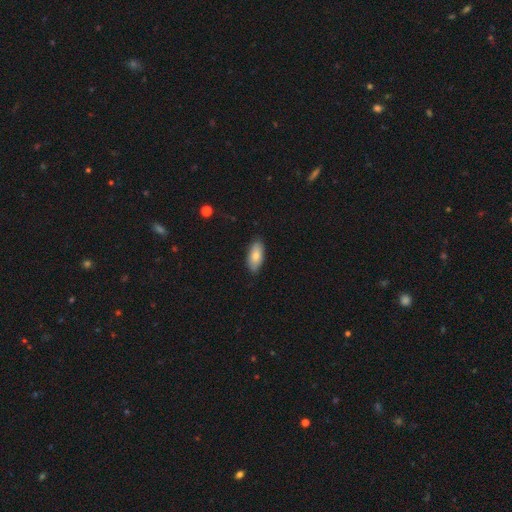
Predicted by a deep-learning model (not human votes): smooth 80%, featured or disk 14%, star or artifact 6%. Down the decision tree: how rounded — in between (90%); merging — none (85%).